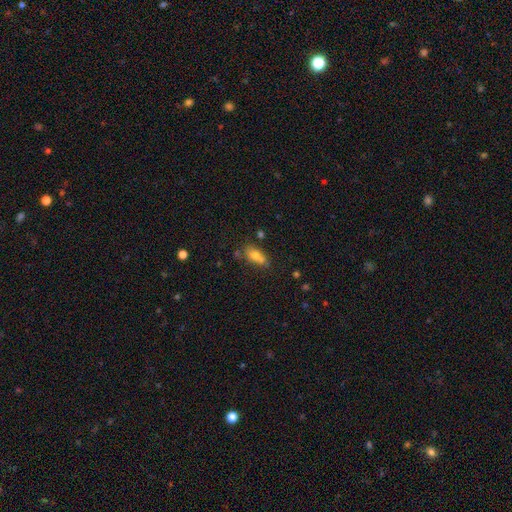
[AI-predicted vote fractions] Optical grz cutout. It shows a smooth galaxy with no disk features (70%) that is in between round and cigar-shaped (77%). Merging: none (49%).